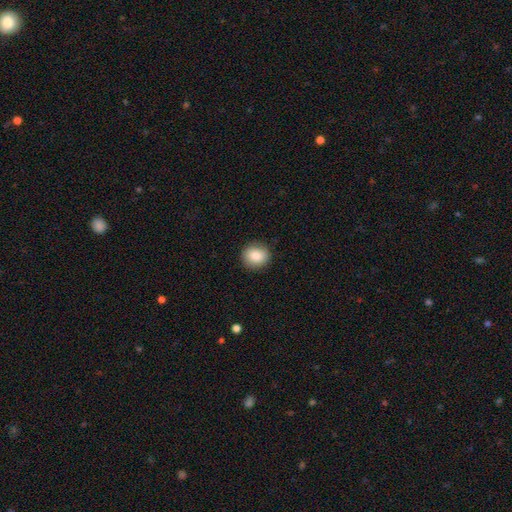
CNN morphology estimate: Smooth or featured? Predicted: smooth (p=0.85). How rounded? Predicted: round (p=0.81). Merging? Predicted: none (p=0.89).